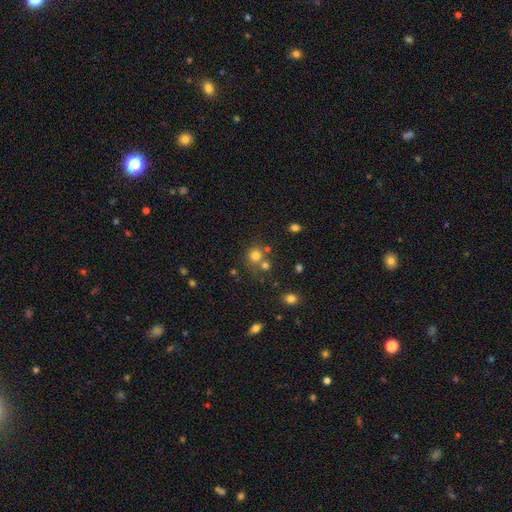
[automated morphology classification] This appears to be a smooth galaxy with no disk features (76%) that is round (87%). Merging: none (57%).